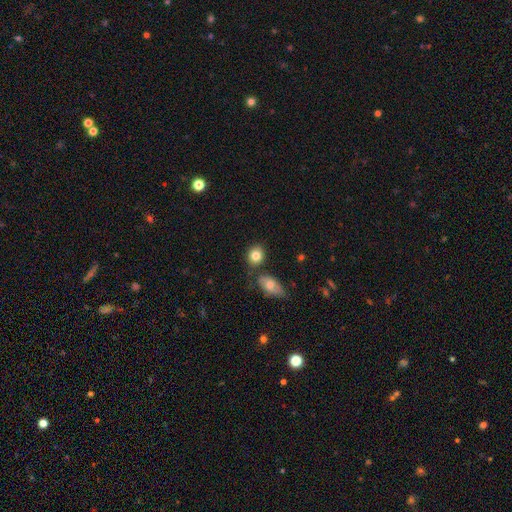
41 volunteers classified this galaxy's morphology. type=smooth (85%); roundness=in between (51%); merging=none (87%).